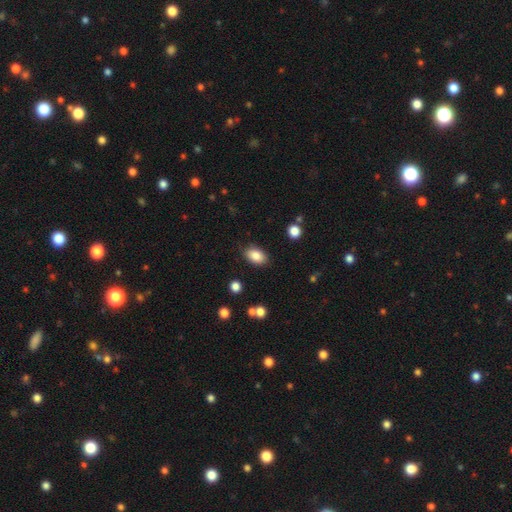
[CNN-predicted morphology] Smooth or featured? smooth (86%)
How rounded? in between (90%)
Merging? none (86%)